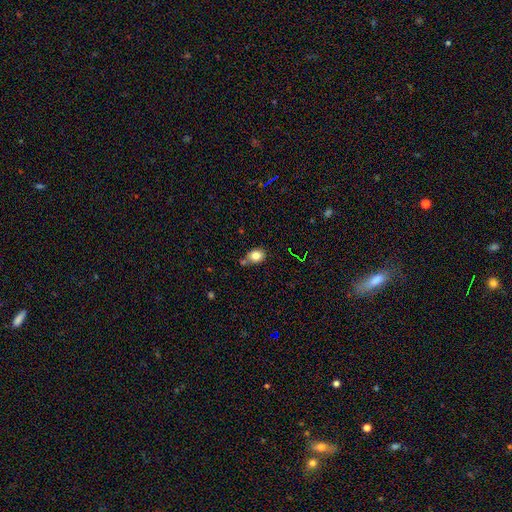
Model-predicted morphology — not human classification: smooth_or_featured: smooth (p=0.82) [alt: star or artifact p=0.11]
how_rounded: round (p=0.52) [alt: in between p=0.47]
merging: none (p=0.67) [alt: minor disturbance p=0.16]